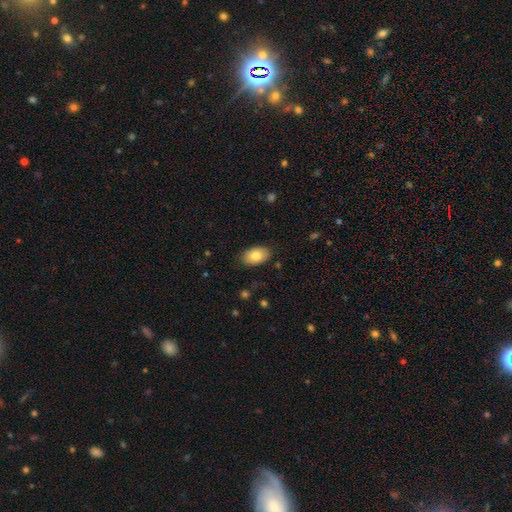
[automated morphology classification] smooth_or_featured: smooth (p=0.80) [alt: featured or disk p=0.13]
how_rounded: in between (p=0.91) [alt: round p=0.08]
merging: none (p=0.86) [alt: minor disturbance p=0.11]